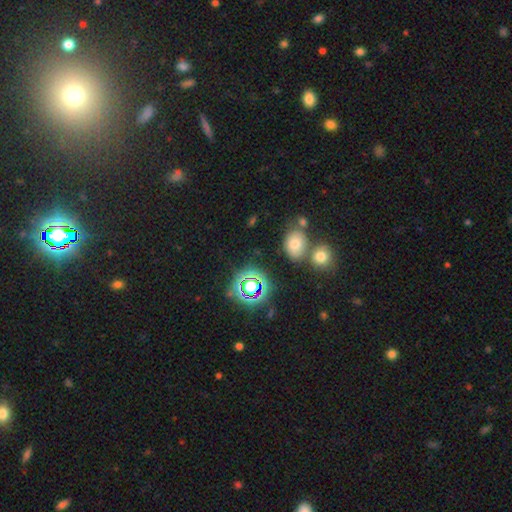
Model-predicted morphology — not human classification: Smooth or featured: star or artifact — 53% (smooth — 36%)